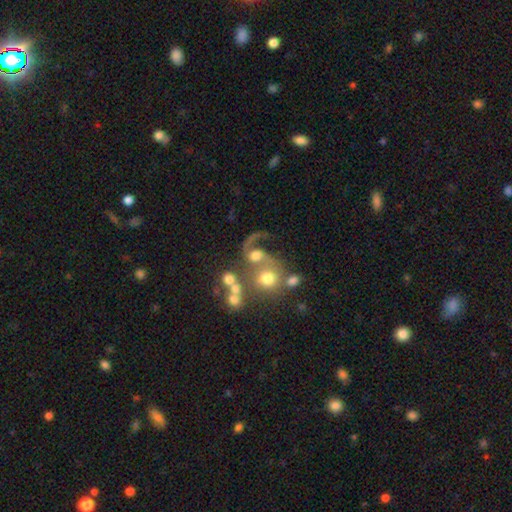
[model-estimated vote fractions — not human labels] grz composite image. It shows a featured or disk galaxy (54%) with no bar (72%), spiral arms (67%) and a moderate central bulge (42%). Merging: merger (45%).